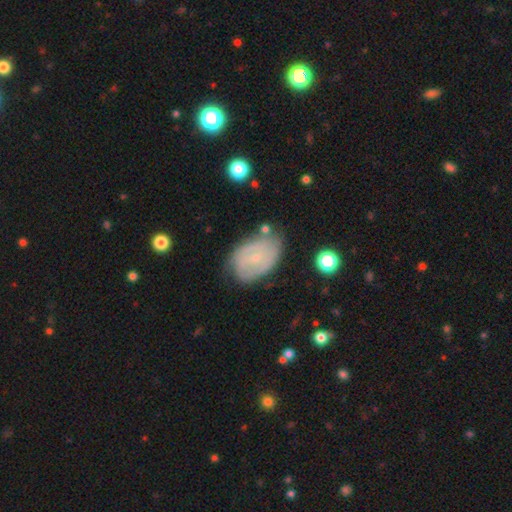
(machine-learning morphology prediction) A featured or disk galaxy (61%) with no bar (62%), spiral arms (71%) and a small central bulge (79%).

Vote fractions:
- Smooth or featured? featured or disk: 61% / smooth: 31% / star or artifact: 8%
- Edge-on disk? no: 96% / yes: 4%
- Bar? no: 62% / weak: 32% / strong: 6%
- Spiral arms? yes: 71% / no: 29%
- Bulge size? small: 79% / moderate: 16% / none: 3% / large: 1% / dominant: 1%
- Merging? none: 65% / minor disturbance: 25% / major disturbance: 7% / merger: 4%